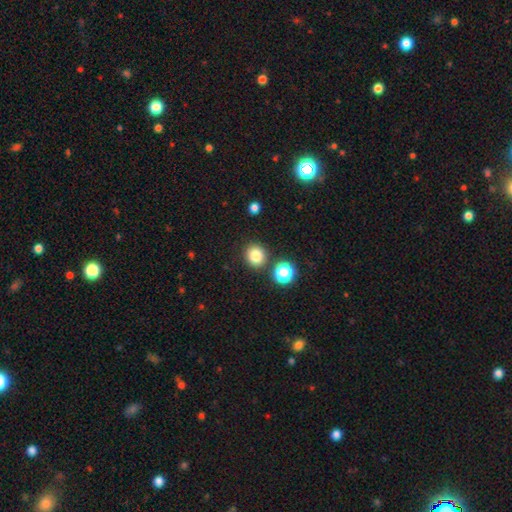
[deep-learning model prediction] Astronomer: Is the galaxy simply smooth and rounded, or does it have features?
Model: smooth — 81%.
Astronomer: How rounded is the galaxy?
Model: round — 88%.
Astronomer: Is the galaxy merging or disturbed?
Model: none — 84%.